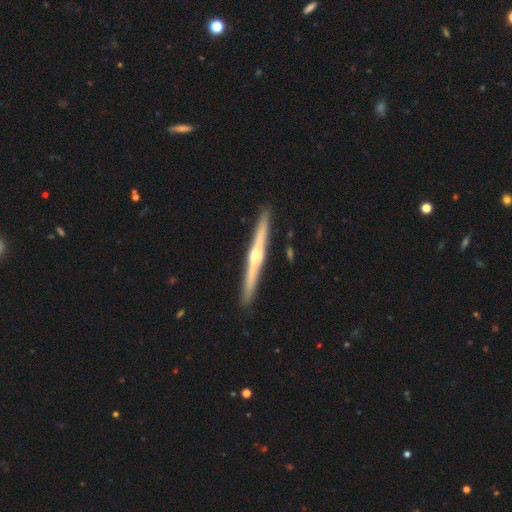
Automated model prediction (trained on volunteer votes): This appears to be a featured or disk galaxy (78%) viewed edge-on (98%) with a rounded central bulge (87%). Merging: none (92%).